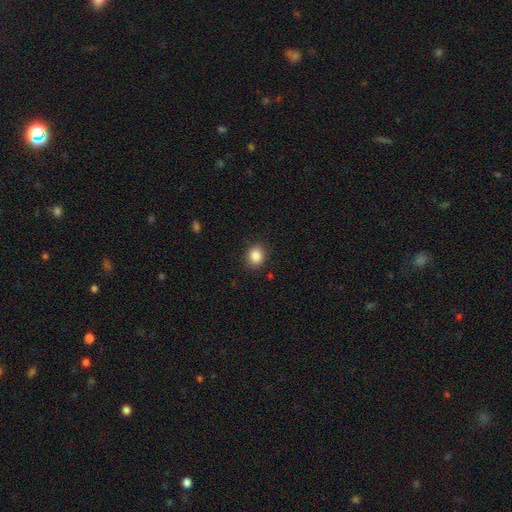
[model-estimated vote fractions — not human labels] Smooth or featured? Predicted: smooth (p=0.86). How rounded? Predicted: round (p=0.64). Merging? Predicted: none (p=0.87).